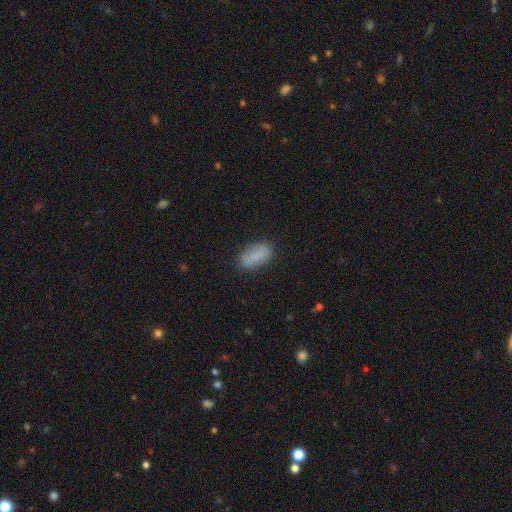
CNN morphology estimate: type=smooth (85%); roundness=in between (88%); merging=none (83%).